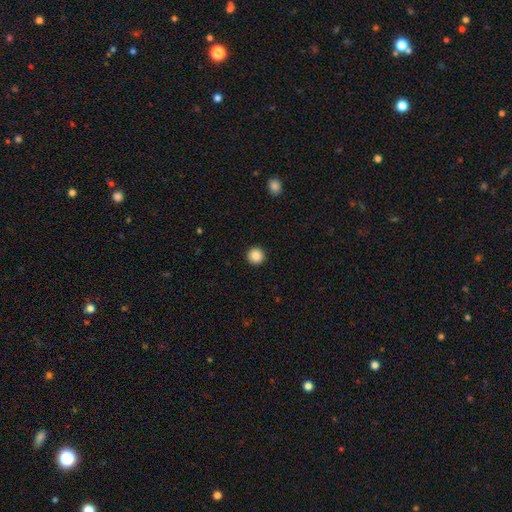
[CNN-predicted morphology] smooth 88%, star or artifact 9%, featured or disk 3%. Down the decision tree: how rounded — round (96%); merging — none (93%).